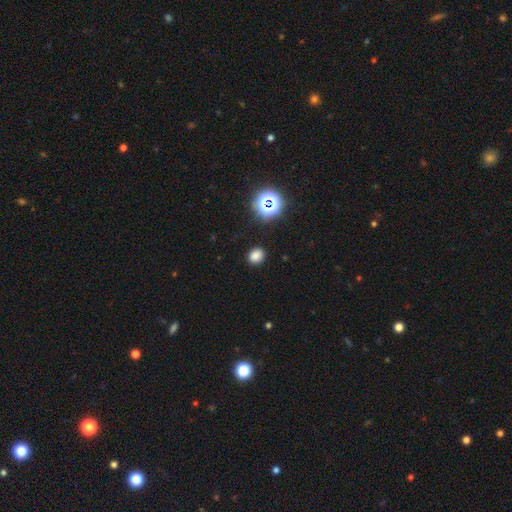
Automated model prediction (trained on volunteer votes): This is likely a smooth galaxy (78%). How rounded: possibly round (60%). Merging: clearly none (88%).